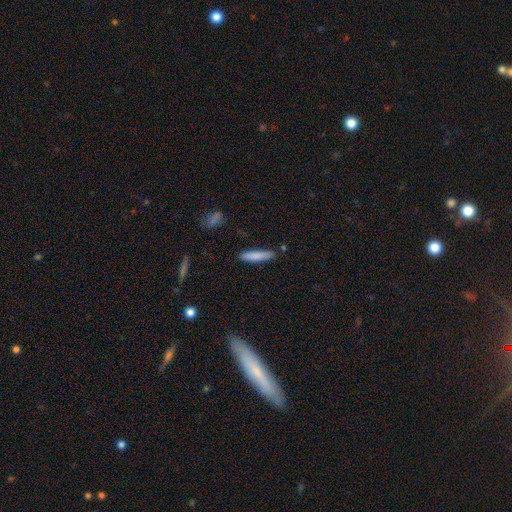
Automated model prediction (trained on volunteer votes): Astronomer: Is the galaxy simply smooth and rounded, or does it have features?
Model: smooth — 81%.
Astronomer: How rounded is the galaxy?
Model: cigar-shaped — 84%.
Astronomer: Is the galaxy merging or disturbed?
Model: none — 85%.